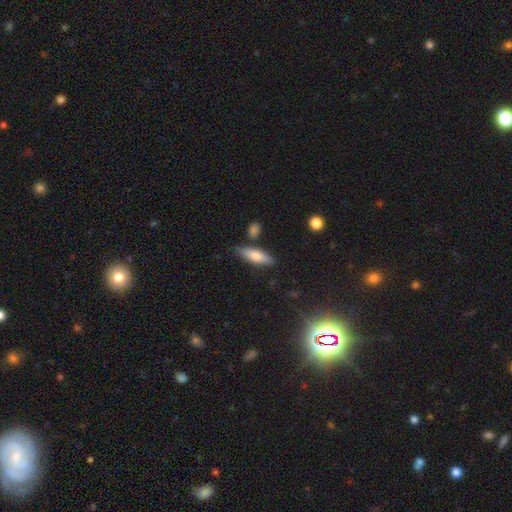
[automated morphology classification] This appears to be a smooth galaxy with no disk features (73%) that is cigar-shaped (50%). Merging: none (78%).